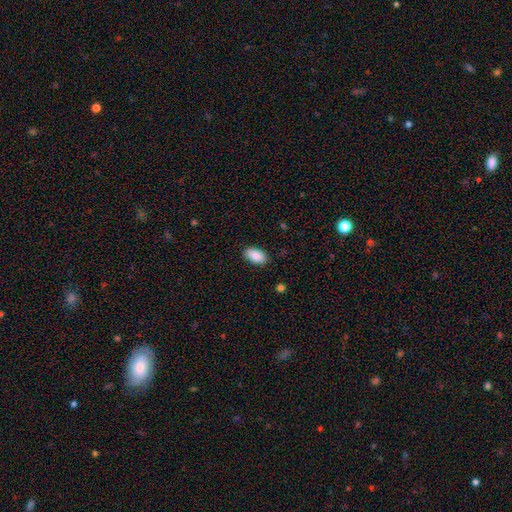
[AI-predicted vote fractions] A smooth galaxy with no disk features (88%) that is in between round and cigar-shaped (94%). Merging: none (87%).